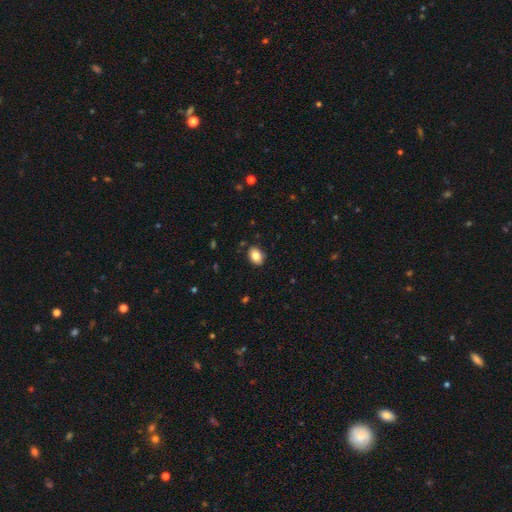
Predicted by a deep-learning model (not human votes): smooth-or-featured: smooth: 83% | featured or disk: 8% | star or artifact: 8%
  how-rounded: in between: 73% | round: 26% | cigar-shaped: 1%
  merging: none: 88% | minor disturbance: 9% | major disturbance: 2% | merger: 1%